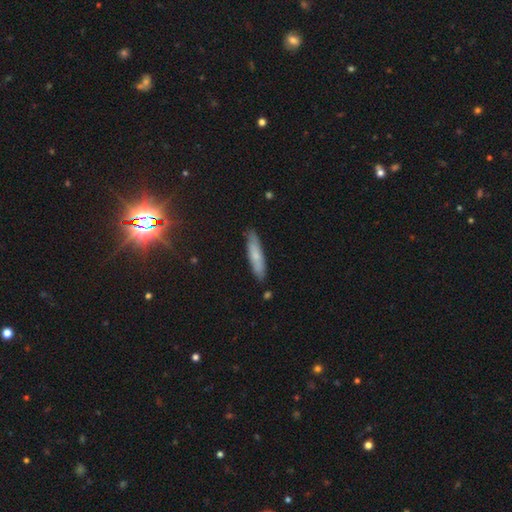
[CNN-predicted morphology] The model was most divided on "smooth or featured": smooth: 69%, featured or disk: 25%, star or artifact: 7%. More confident: merging — none (86%); how rounded — cigar-shaped (81%).